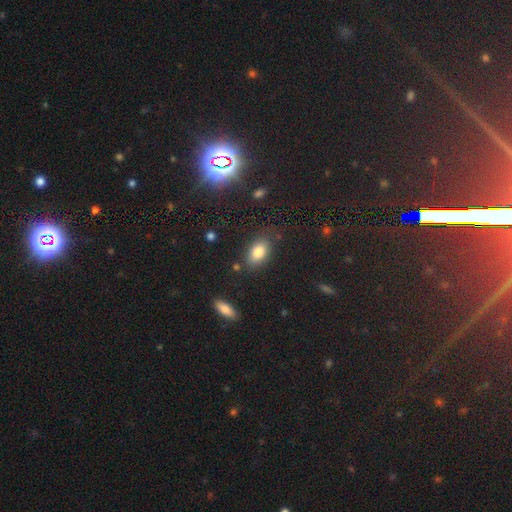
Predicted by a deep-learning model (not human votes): This appears to be a smooth galaxy with no disk features (81%) that is in between round and cigar-shaped (88%). Merging: none (77%).